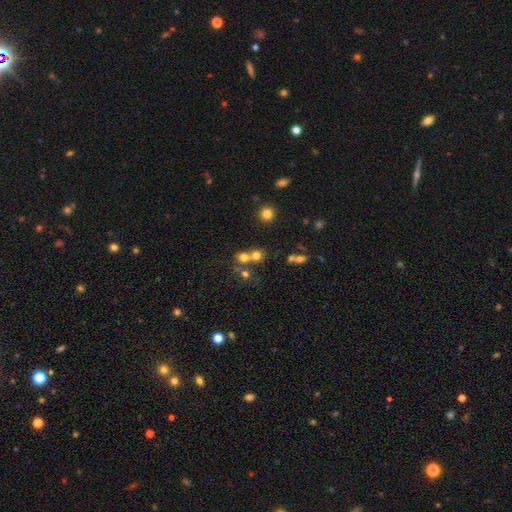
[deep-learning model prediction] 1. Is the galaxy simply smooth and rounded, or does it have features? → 68% smooth, 19% star or artifact, 13% featured or disk.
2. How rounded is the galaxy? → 82% round, 17% in between, 1% cigar-shaped.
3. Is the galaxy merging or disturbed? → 46% merger, 44% none, 6% minor disturbance, 4% major disturbance.